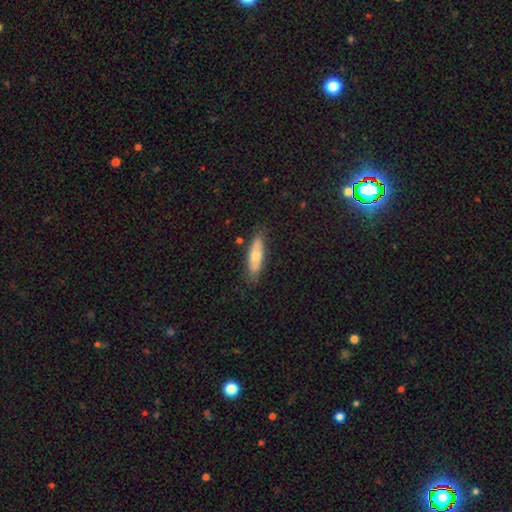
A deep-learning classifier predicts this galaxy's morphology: Smooth or featured? Predicted: smooth (p=0.67). How rounded? Predicted: in between (p=0.52). Merging? Predicted: none (p=0.80).